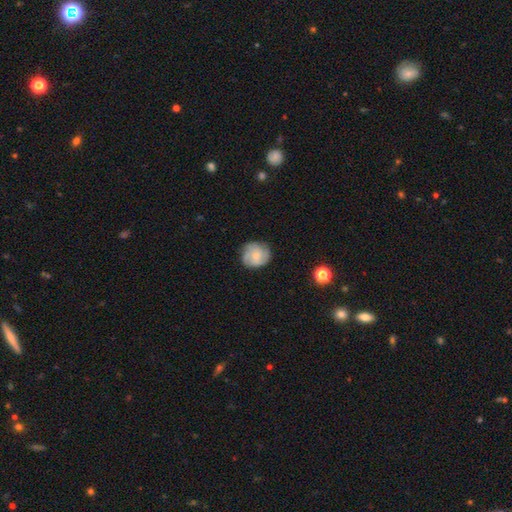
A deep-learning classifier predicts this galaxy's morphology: Smooth or featured? Predicted: featured or disk (p=0.51). Edge-on disk? Predicted: no (p=0.98). Merging? Predicted: none (p=0.77).